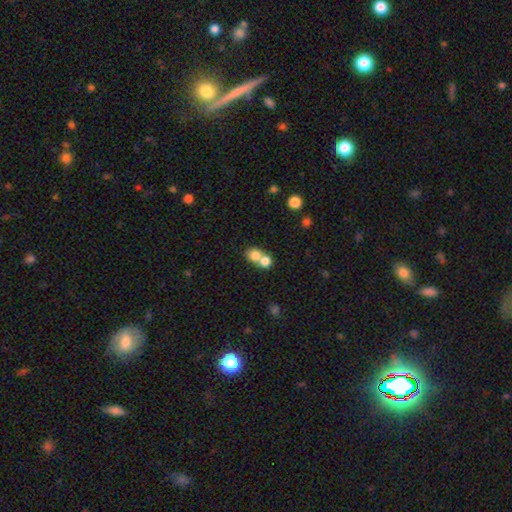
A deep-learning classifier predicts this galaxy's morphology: smooth_or_featured: smooth (p=0.78) [alt: featured or disk p=0.11]
how_rounded: round (p=0.70) [alt: in between p=0.29]
merging: merger (p=0.60) [alt: none p=0.31]